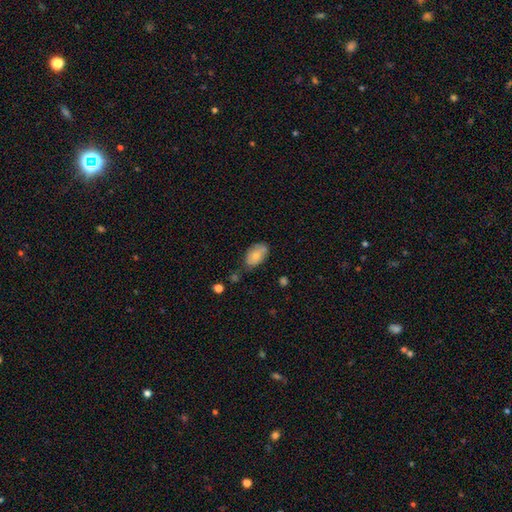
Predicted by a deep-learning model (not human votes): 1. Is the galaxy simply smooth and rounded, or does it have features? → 75% smooth, 18% featured or disk, 7% star or artifact.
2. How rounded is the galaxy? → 92% in between, 6% round, 2% cigar-shaped.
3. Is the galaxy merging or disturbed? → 58% none, 31% minor disturbance, 7% major disturbance, 5% merger.